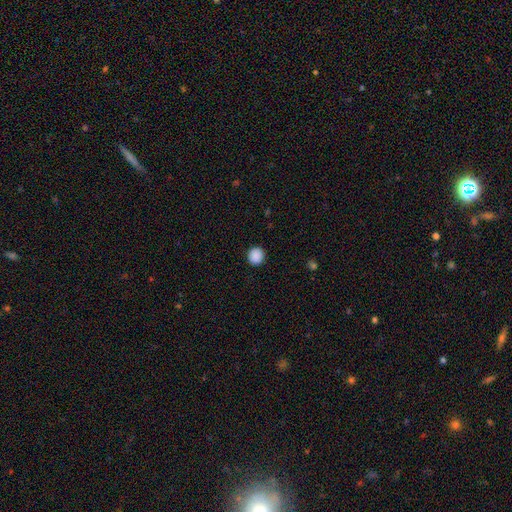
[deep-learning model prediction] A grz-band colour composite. It shows a smooth galaxy with no disk features (89%) that is round (90%). Merging: none (92%).